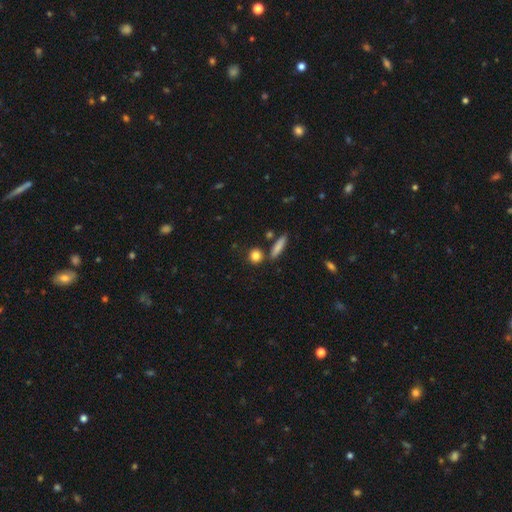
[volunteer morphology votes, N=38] This is clearly a smooth galaxy (87%). How rounded: likely round (67%). Merging: likely none (69%).